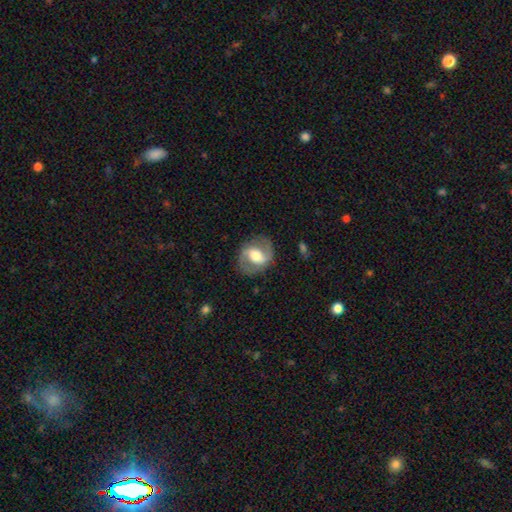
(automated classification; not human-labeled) Smooth or featured?
  - featured or disk: 71% *
  - smooth: 24%
  - star or artifact: 6%
Edge-on disk?
  - no: 96% *
  - yes: 4%
Bar?
  - weak: 42% *
  - strong: 36%
  - no: 23%
Spiral arms?
  - yes: 80% *
  - no: 20%
Spiral winding?
  - medium: 49% *
  - loose: 29%
  - tight: 22%
Spiral arm count?
  - 2: 89% *
  - can't tell: 6%
  - 1: 3%
  - 3: 1%
  - 4: 1%
  - more than 4: 1%
Bulge size?
  - moderate: 61% *
  - large: 23%
  - small: 12%
  - dominant: 2%
  - none: 1%
Merging?
  - none: 81% *
  - minor disturbance: 12%
  - major disturbance: 6%
  - merger: 1%